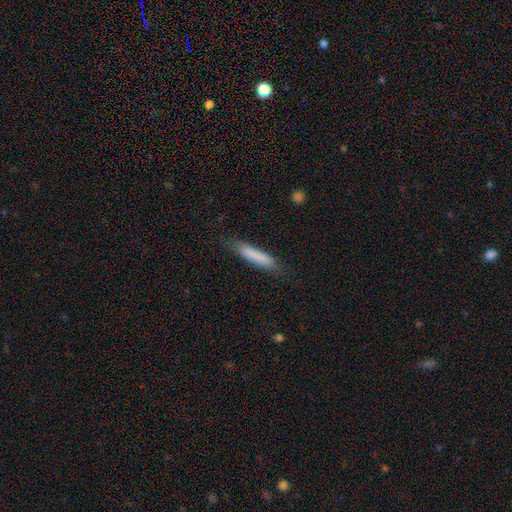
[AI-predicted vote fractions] smooth 80%, featured or disk 14%, star or artifact 6%. Down the decision tree: how rounded — cigar-shaped (88%); merging — none (80%).